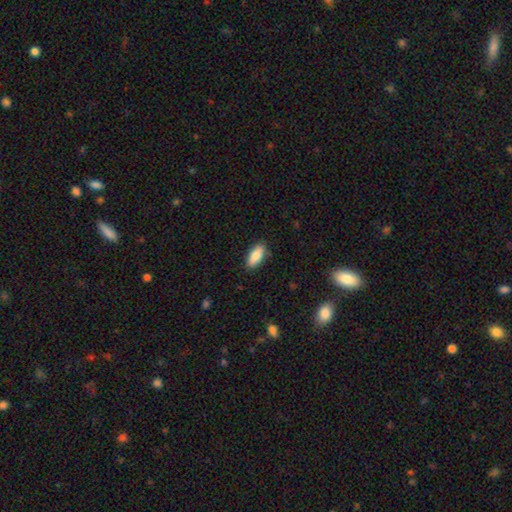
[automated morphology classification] type=smooth (86%); roundness=in between (85%); merging=none (87%).